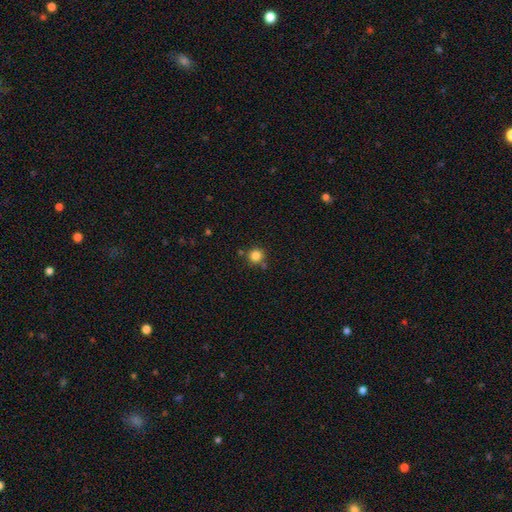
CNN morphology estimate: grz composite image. It shows a smooth galaxy with no disk features (84%) that is round (94%). Merging: none (79%).